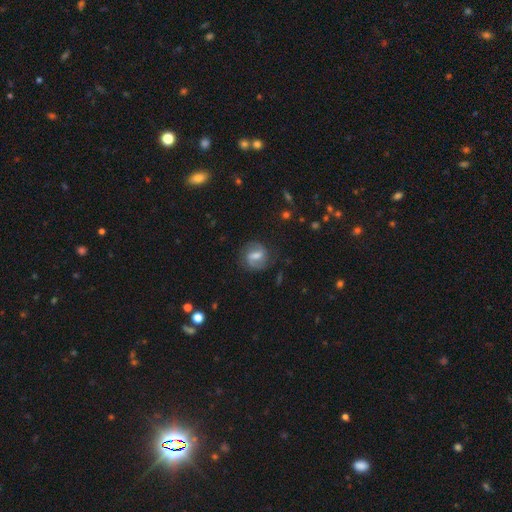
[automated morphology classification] Smooth or featured? featured or disk (66%)
Edge-on disk? no (96%)
Bar? weak (49%)
Spiral arms? yes (87%)
Spiral winding? medium (48%)
Spiral arm count? 2 (87%)
Bulge size? moderate (48%)
Merging? none (78%)